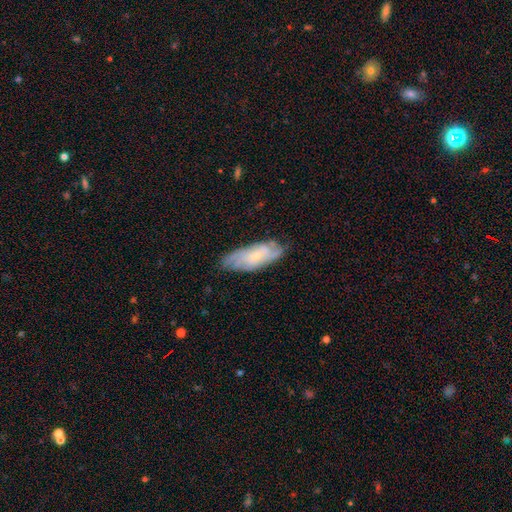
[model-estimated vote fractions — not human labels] Smooth or featured? featured or disk (65%)
Edge-on disk? no (87%)
Bar? no (74%)
Spiral arms? yes (88%)
Bulge size? small (71%)
Merging? none (74%)